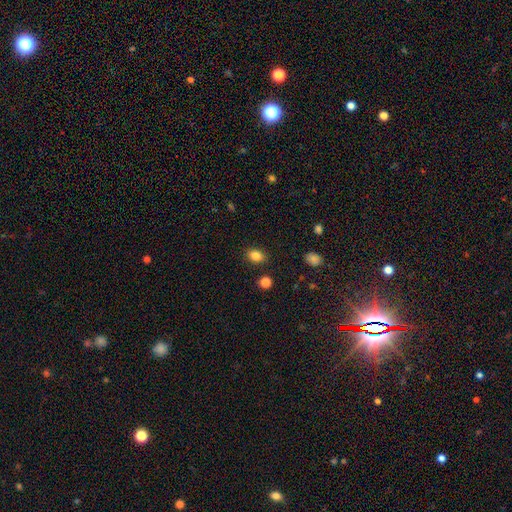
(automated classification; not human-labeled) Smooth or featured?
  - smooth: 84% *
  - star or artifact: 10%
  - featured or disk: 6%
How rounded?
  - in between: 76% *
  - round: 23%
  - cigar-shaped: 1%
Merging?
  - none: 86% *
  - minor disturbance: 9%
  - major disturbance: 2%
  - merger: 2%